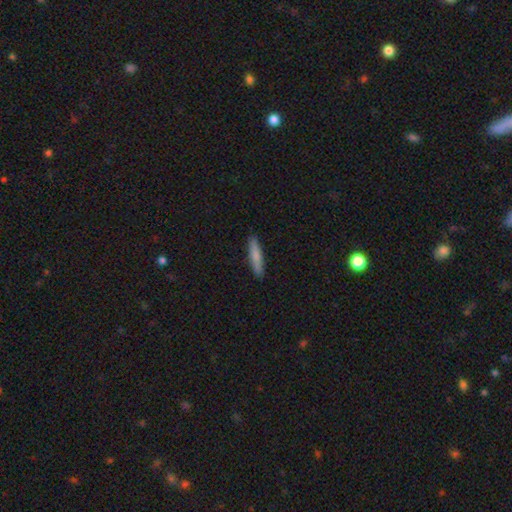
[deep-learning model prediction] Smooth or featured? smooth (80%)
How rounded? cigar-shaped (88%)
Merging? none (90%)